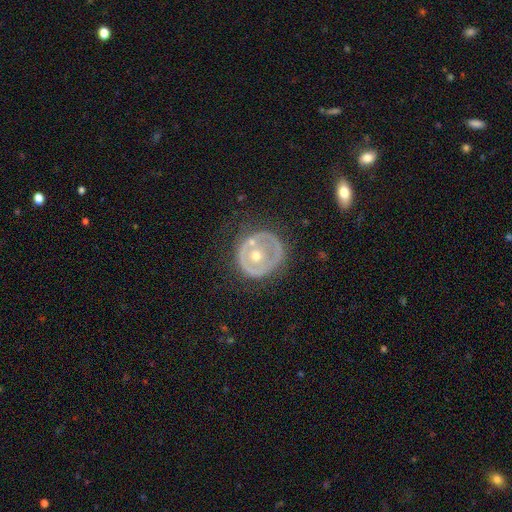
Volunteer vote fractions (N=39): Volunteers were most divided on "merging" (2-way tie): none: 32%, major disturbance: 32%, minor disturbance: 27%, merger: 8%. More confident: edge-on disk — no (96%); spiral arms — no (96%); bar — no (92%); smooth or featured — featured or disk (69%); bulge size — moderate (69%).